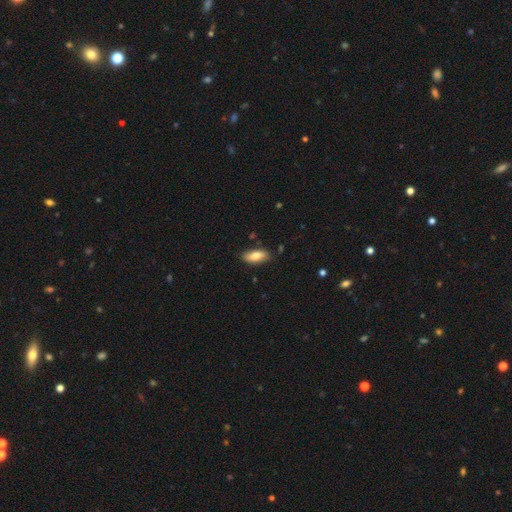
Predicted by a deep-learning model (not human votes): Smooth or featured? smooth (77%)
How rounded? in between (83%)
Merging? none (83%)